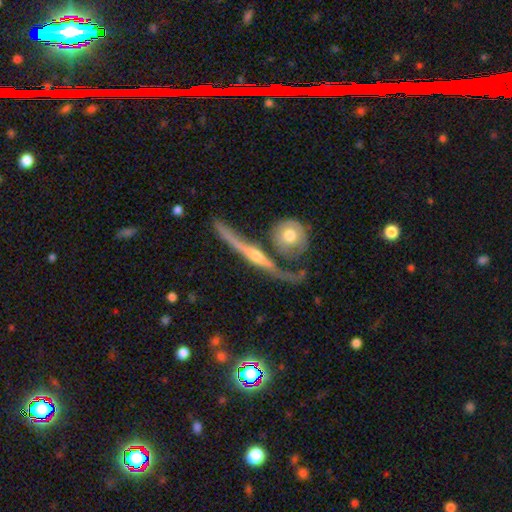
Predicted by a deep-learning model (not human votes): Q: Smooth or featured?
A: featured or disk (78%); runner-up: smooth (15%)
Q: Edge-on disk?
A: yes (90%); runner-up: no (10%)
Q: Edge-on bulge?
A: rounded (75%); runner-up: none (16%)
Q: Merging?
A: none (57%); runner-up: minor disturbance (18%)